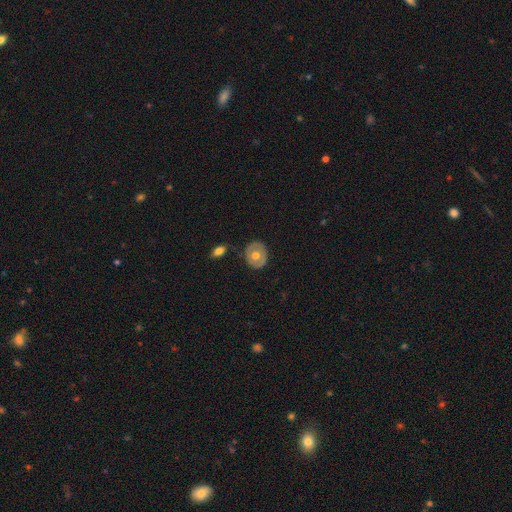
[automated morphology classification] A smooth galaxy with no disk features (47%, tied with featured or disk). Merging: none (82%).